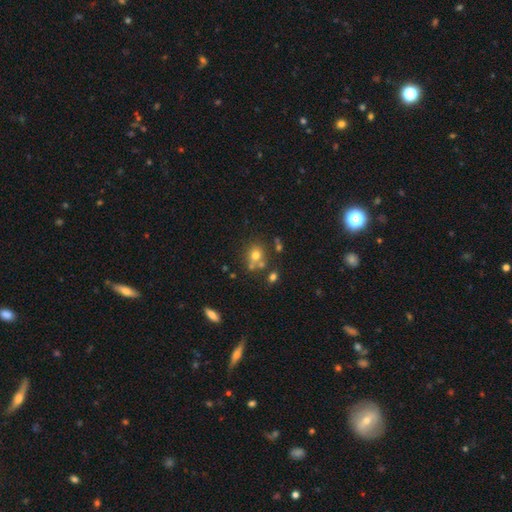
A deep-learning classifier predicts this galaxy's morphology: A smooth galaxy with no disk features (68%) that is round (78%). Merging: none (56%).